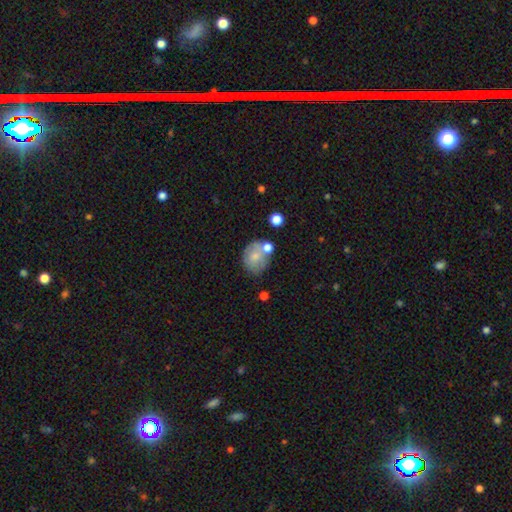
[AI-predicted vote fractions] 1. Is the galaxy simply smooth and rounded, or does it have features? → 69% smooth, 23% featured or disk, 9% star or artifact.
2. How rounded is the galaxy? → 55% round, 44% in between, 1% cigar-shaped.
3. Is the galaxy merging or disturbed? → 53% none, 21% merger, 19% minor disturbance, 7% major disturbance.